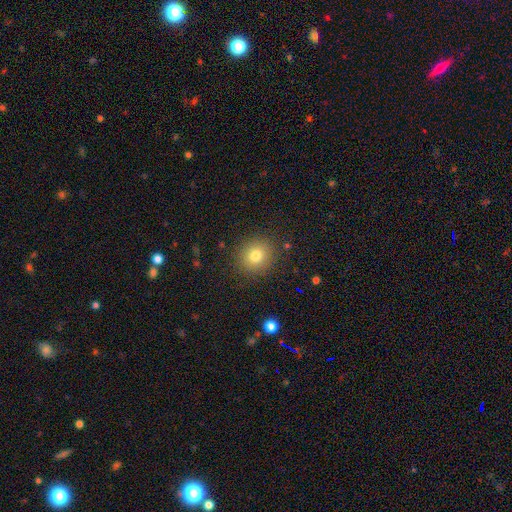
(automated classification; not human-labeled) Morphology: type=smooth (78%); roundness=round (83%); merging=none (88%).